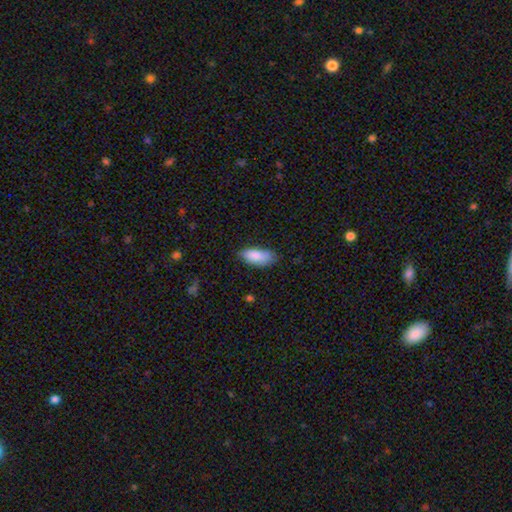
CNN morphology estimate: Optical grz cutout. It shows a smooth galaxy with no disk features (86%) that is in between round and cigar-shaped (87%). Merging: none (68%).